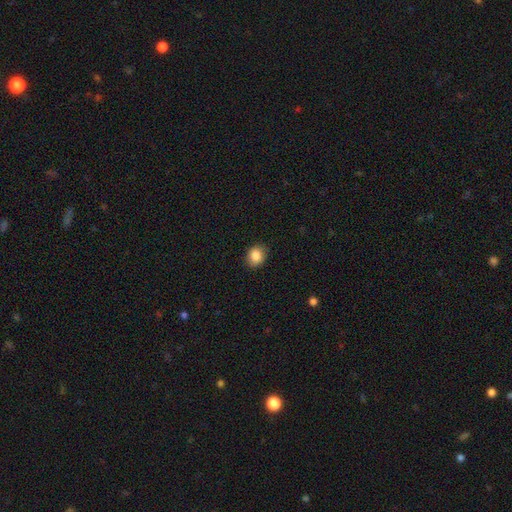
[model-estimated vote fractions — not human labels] Overall: smooth (87%). How rounded: round (61%; in between 38%). Merging: none (85%).